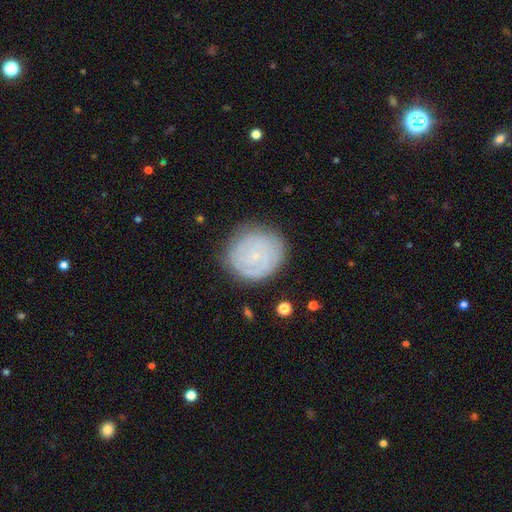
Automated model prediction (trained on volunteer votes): Overall: featured or disk (64%; smooth 28%). Edge-on disk: no (98%). Bar: no (79%). Spiral arms: yes (89%). Spiral arm count: can't tell (42%; 2 19%). Spiral winding: tight (79%). Bulge size: small (83%). Merging: none (80%).